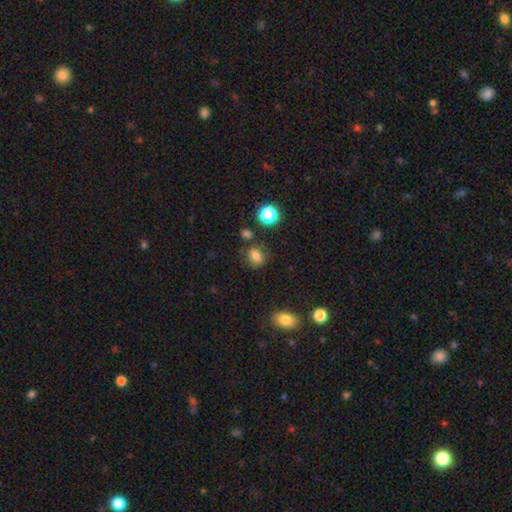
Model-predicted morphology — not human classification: smooth 74%, star or artifact 17%, featured or disk 9%. Down the decision tree: how rounded — in between (55%); merging — none (72%).